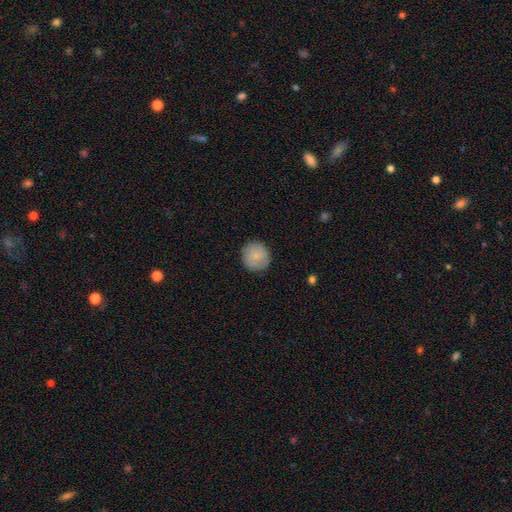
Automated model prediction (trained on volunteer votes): A smooth galaxy with no disk features (83%) that is round (93%).

Vote fractions:
- Smooth or featured? smooth: 83% / featured or disk: 10% / star or artifact: 7%
- How rounded? round: 93% / in between: 6% / cigar-shaped: 1%
- Merging? none: 89% / minor disturbance: 8% / major disturbance: 2% / merger: 1%